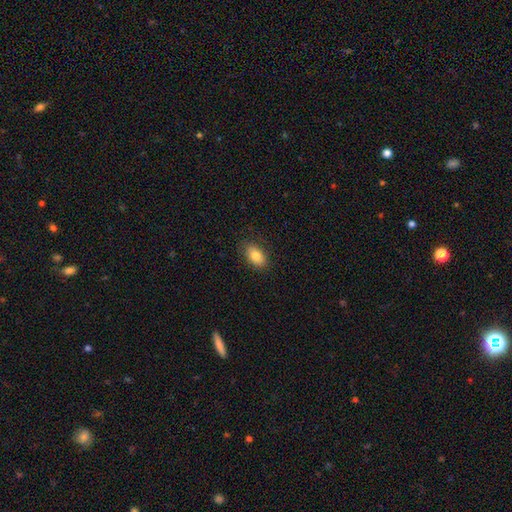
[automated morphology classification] type=smooth (83%); roundness=in between (91%); merging=none (84%).